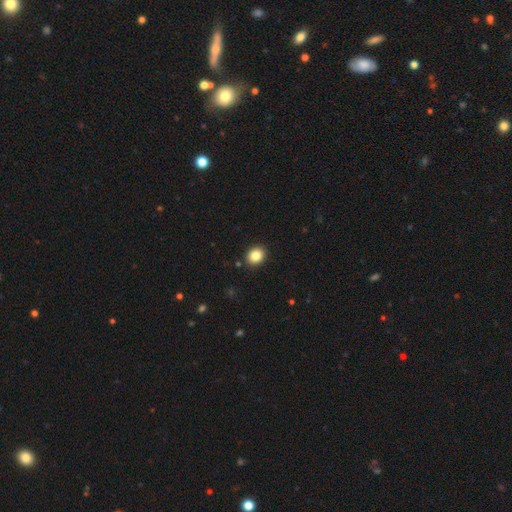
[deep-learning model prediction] The model was most divided on "how rounded": round: 62%, in between: 37%, cigar-shaped: 1%. More confident: merging — none (91%); smooth or featured — smooth (85%).